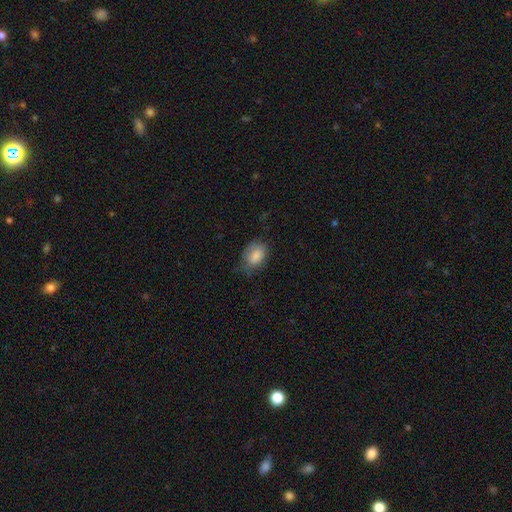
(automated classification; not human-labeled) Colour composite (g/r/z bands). It shows a smooth galaxy with no disk features (83%) that is in between round and cigar-shaped (82%). Merging: none (56%).